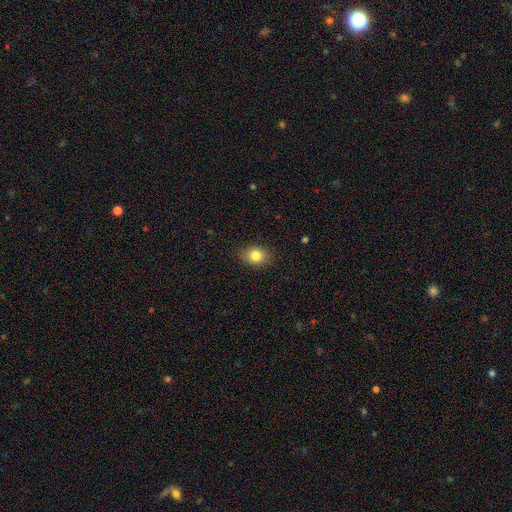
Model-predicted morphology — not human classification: Overall: smooth (83%). How rounded: in between (56%; round 43%). Merging: none (87%).